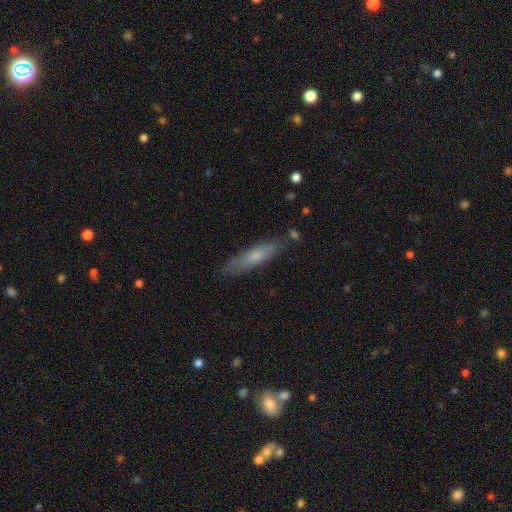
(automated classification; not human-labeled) Q: Smooth or featured?
A: smooth (67%); runner-up: featured or disk (27%)
Q: How rounded?
A: cigar-shaped (79%); runner-up: in between (20%)
Q: Merging?
A: none (81%); runner-up: minor disturbance (14%)